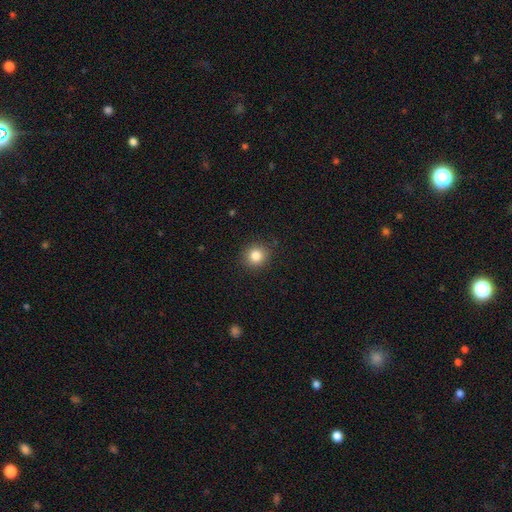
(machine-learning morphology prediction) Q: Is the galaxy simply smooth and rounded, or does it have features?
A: smooth — 83%.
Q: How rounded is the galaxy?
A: round — 90%.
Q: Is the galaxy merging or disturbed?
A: none — 90%.